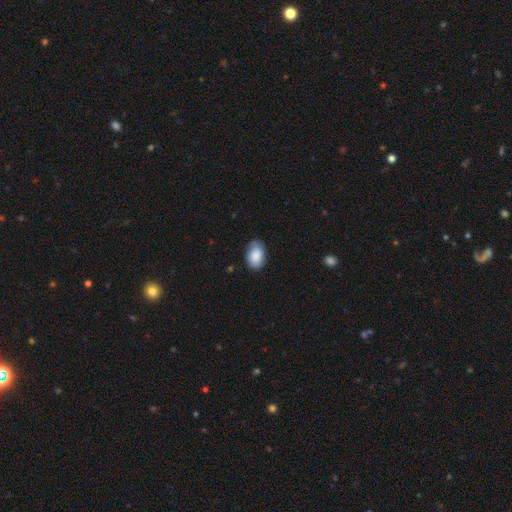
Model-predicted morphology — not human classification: smooth_or_featured: smooth (p=0.84) [alt: featured or disk p=0.09]
how_rounded: in between (p=0.89) [alt: round p=0.10]
merging: none (p=0.71) [alt: minor disturbance p=0.24]